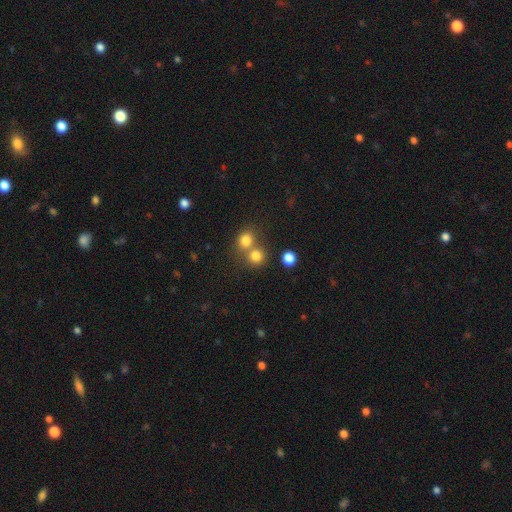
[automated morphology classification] A smooth galaxy with no disk features (78%) that is round (86%). Merging: none (51%).